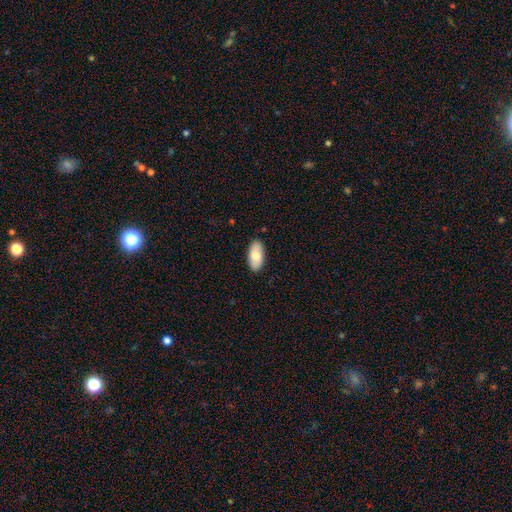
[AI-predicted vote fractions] smooth_or_featured: smooth (p=0.78) [alt: featured or disk p=0.16]
how_rounded: in between (p=0.93) [alt: cigar-shaped p=0.05]
merging: none (p=0.88) [alt: minor disturbance p=0.09]